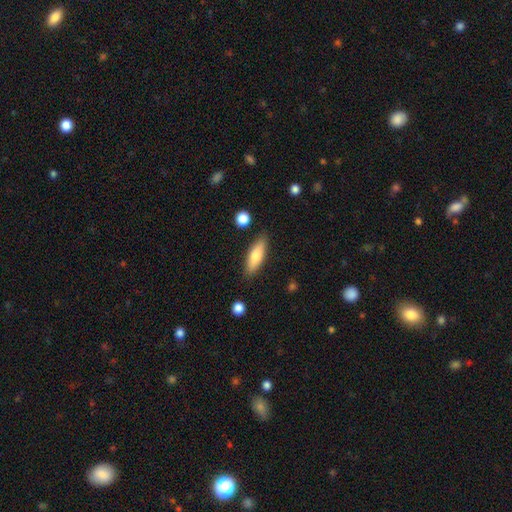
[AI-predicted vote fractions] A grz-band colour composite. It shows a smooth galaxy with no disk features (74%) that is in between round and cigar-shaped (53%). Merging: none (85%).